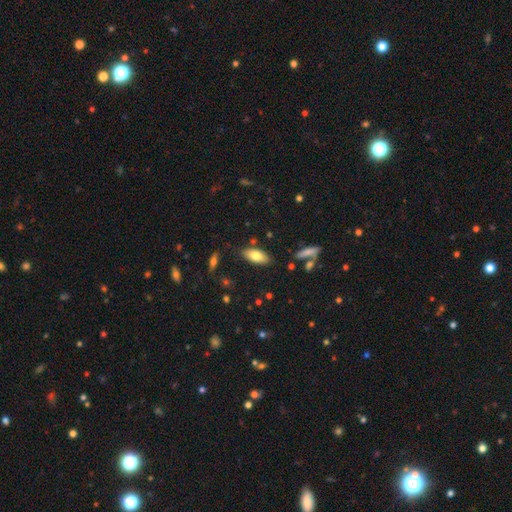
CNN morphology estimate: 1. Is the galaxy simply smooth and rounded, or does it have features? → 77% smooth, 16% featured or disk, 7% star or artifact.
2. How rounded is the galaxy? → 85% in between, 13% cigar-shaped, 2% round.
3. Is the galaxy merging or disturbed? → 82% none, 12% minor disturbance, 3% merger, 3% major disturbance.